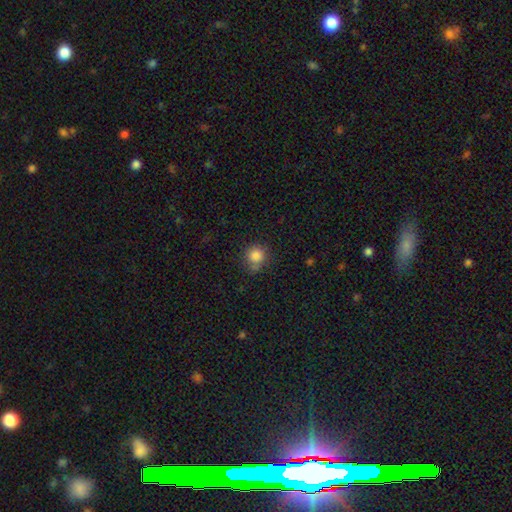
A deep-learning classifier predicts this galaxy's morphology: A smooth galaxy with no disk features (84%) that is round (88%). Merging: none (70%).